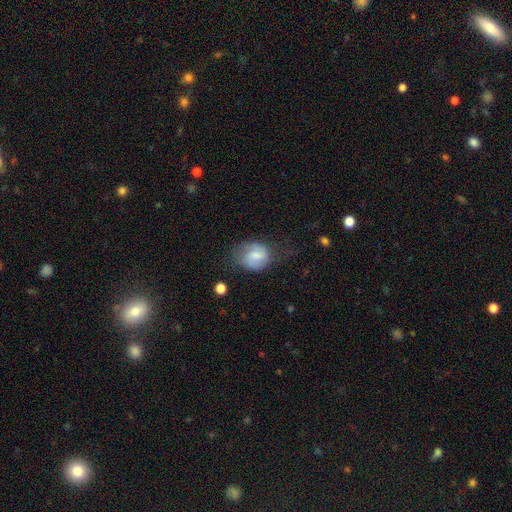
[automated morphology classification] This is likely a smooth galaxy (68%). How rounded: possibly round (53%). Merging: possibly none (47%).